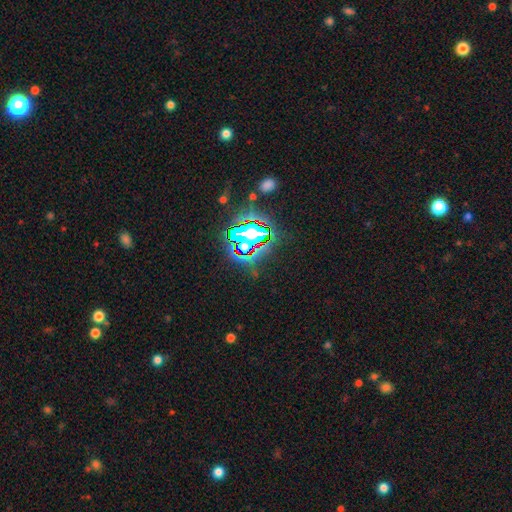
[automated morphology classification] Q: Smooth or featured?
A: star or artifact (86%); runner-up: smooth (8%)